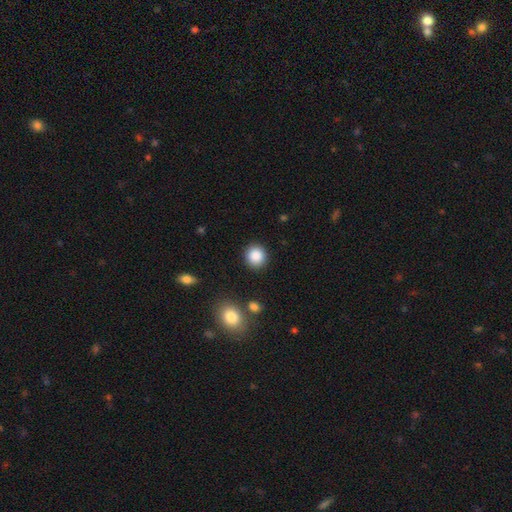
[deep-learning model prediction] smooth_or_featured: smooth (p=0.88) [alt: star or artifact p=0.08]
how_rounded: round (p=0.89) [alt: in between p=0.10]
merging: none (p=0.89) [alt: minor disturbance p=0.06]